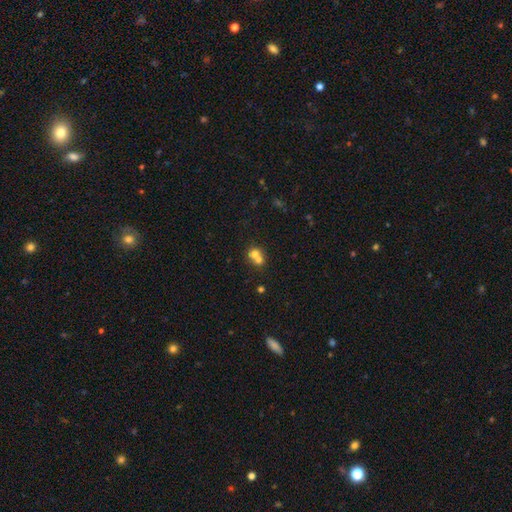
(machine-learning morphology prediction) A smooth galaxy with no disk features (69%) that is round (78%).

Vote fractions:
- Smooth or featured? smooth: 69% / featured or disk: 18% / star or artifact: 13%
- How rounded? round: 78% / in between: 21% / cigar-shaped: 1%
- Merging? merger: 64% / none: 29% / minor disturbance: 5% / major disturbance: 2%